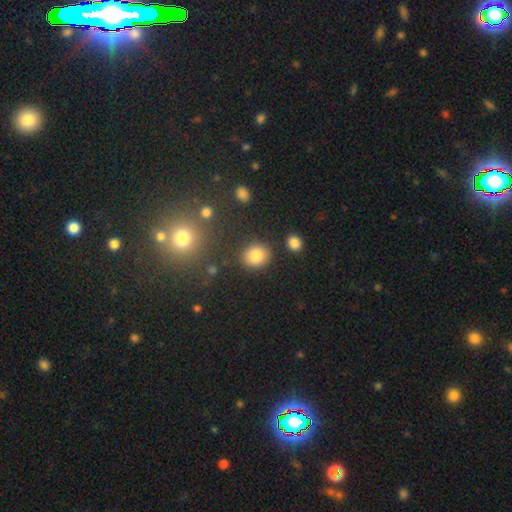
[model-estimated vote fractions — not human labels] Smooth or featured? smooth (84%)
How rounded? round (69%)
Merging? none (83%)